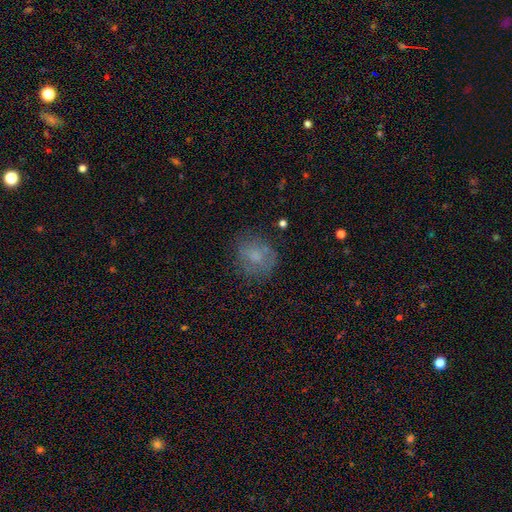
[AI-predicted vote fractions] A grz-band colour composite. It shows a smooth galaxy with no disk features (62%) that is round (73%). Merging: none (67%).